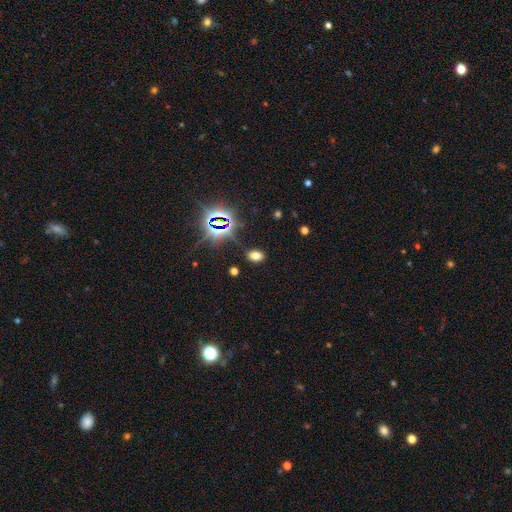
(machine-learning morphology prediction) Q: Smooth or featured?
A: smooth (62%); runner-up: star or artifact (30%)
Q: How rounded?
A: in between (87%); runner-up: round (11%)
Q: Merging?
A: none (83%); runner-up: minor disturbance (11%)